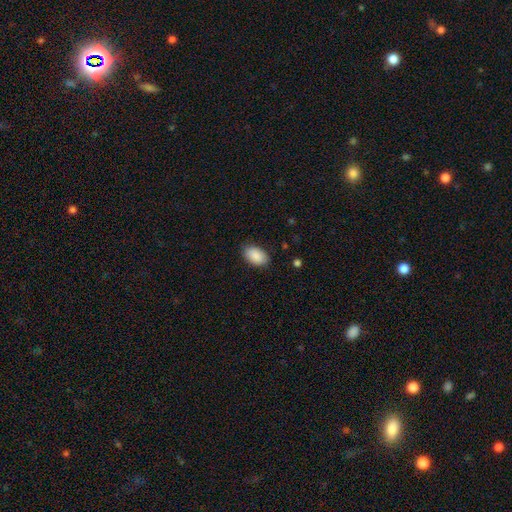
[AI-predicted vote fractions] Smooth or featured: smooth — 90% (star or artifact — 6%)
How rounded: in between — 92% (round — 7%)
Merging: none — 86% (minor disturbance — 10%)